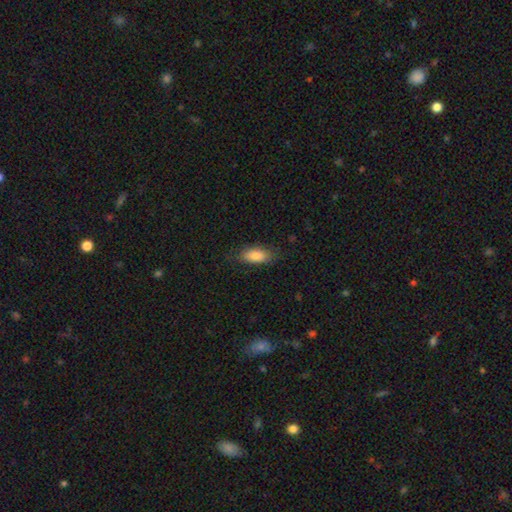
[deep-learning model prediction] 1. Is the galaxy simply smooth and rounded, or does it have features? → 86% smooth, 8% featured or disk, 6% star or artifact.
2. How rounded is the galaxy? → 82% in between, 16% cigar-shaped, 2% round.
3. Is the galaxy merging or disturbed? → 79% none, 16% minor disturbance, 4% major disturbance, 1% merger.